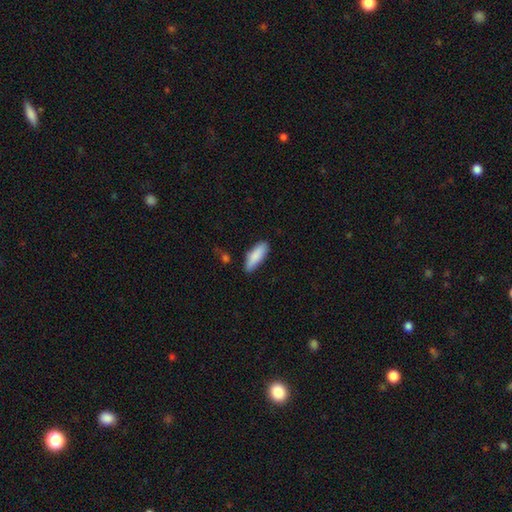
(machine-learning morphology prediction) smooth 87%, featured or disk 8%, star or artifact 6%. Down the decision tree: how rounded — in between (62%); merging — none (80%).